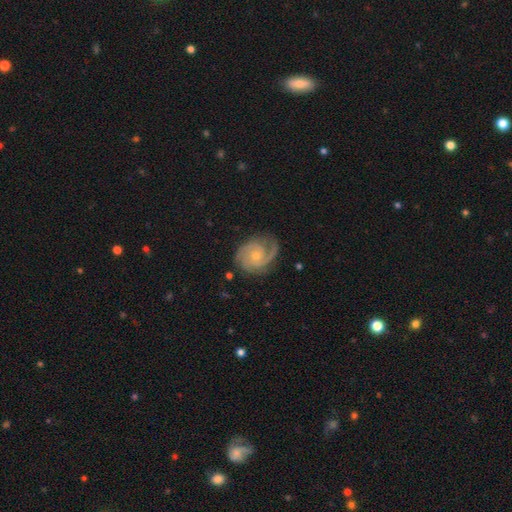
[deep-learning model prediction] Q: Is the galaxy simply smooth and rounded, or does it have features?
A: featured or disk — 89%.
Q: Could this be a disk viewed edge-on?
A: no — 98%.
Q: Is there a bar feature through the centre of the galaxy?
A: no — 71%.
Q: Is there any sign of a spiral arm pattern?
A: yes — 98%.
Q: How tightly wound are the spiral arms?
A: tight — 53%.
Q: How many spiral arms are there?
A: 2 — 46%.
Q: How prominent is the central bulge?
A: small — 62%.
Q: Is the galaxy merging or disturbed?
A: none — 76%.